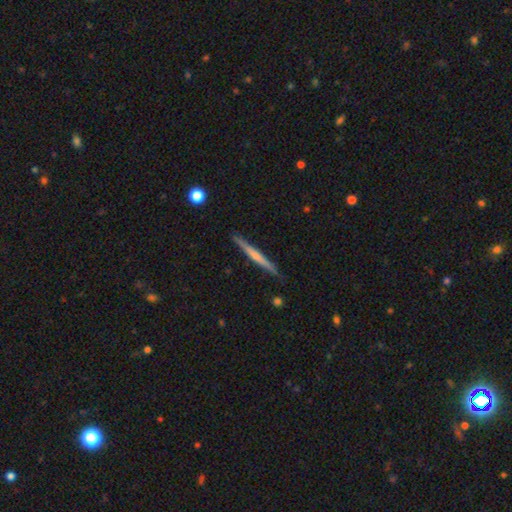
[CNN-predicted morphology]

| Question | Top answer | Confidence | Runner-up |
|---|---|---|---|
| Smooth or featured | featured or disk | 53% | smooth (42%) |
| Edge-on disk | yes | 98% | no (2%) |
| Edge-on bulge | none | 54% | rounded (35%) |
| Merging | none | 88% | minor disturbance (9%) |